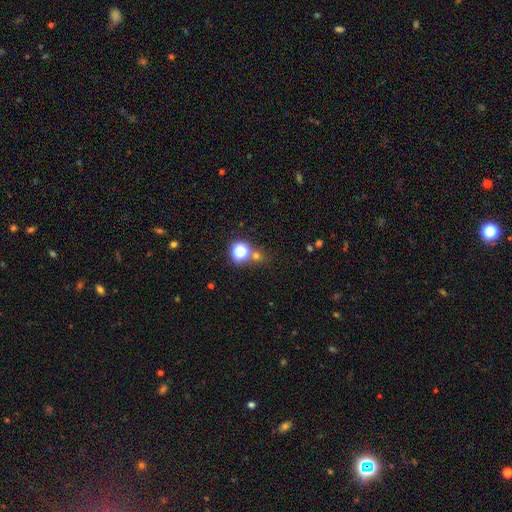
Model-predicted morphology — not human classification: Overall: smooth (53%; star or artifact 40%). How rounded: round (87%). Merging: none (70%).